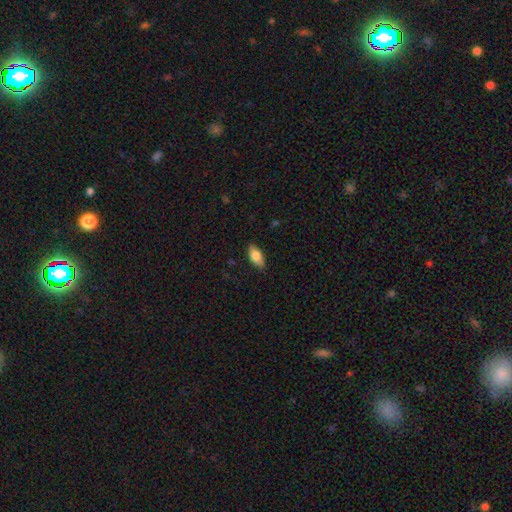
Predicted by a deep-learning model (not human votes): Smooth or featured: smooth — 75% (featured or disk — 18%)
How rounded: in between — 85% (cigar-shaped — 12%)
Merging: none — 85% (minor disturbance — 11%)